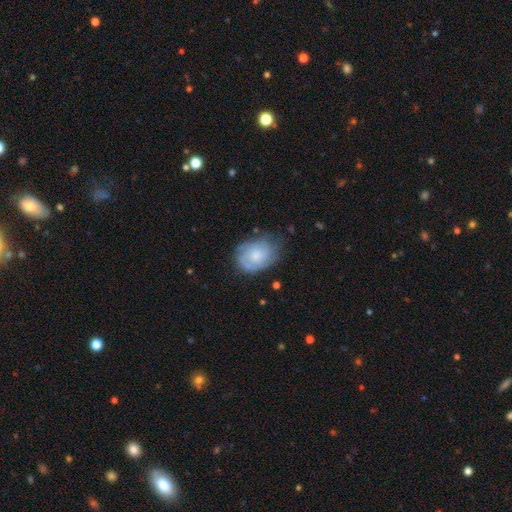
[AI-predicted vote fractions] smooth_or_featured: smooth (p=0.47) [alt: featured or disk p=0.46]
merging: none (p=0.60) [alt: minor disturbance p=0.28]